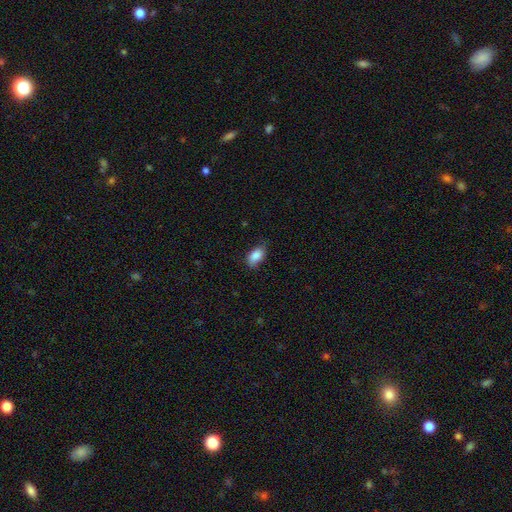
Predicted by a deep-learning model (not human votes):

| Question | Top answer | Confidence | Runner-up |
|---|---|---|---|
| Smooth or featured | smooth | 88% | star or artifact (7%) |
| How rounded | in between | 92% | round (6%) |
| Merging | none | 77% | minor disturbance (19%) |